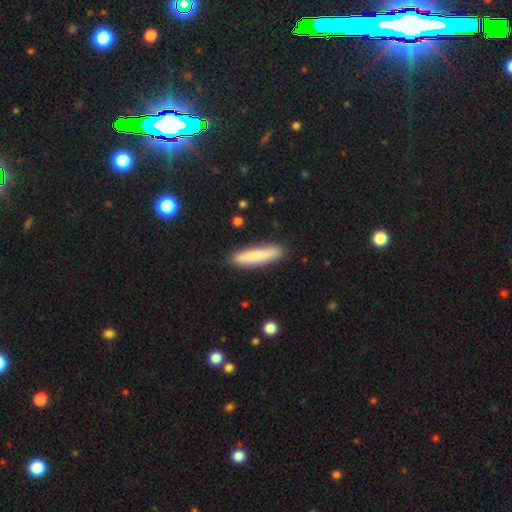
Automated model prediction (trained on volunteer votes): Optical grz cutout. It shows a smooth galaxy with no disk features (81%) that is cigar-shaped (85%). Merging: none (87%).